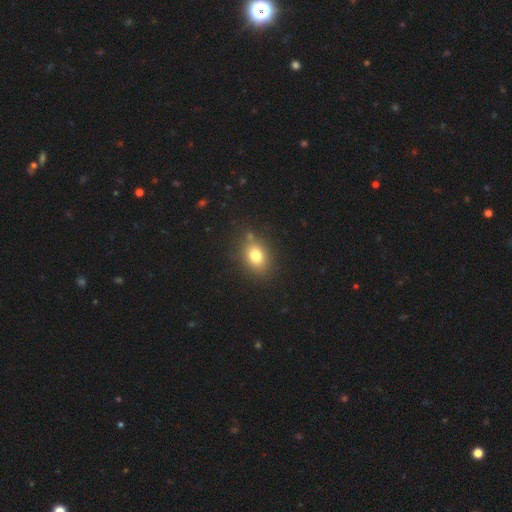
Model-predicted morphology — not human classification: smooth_or_featured: smooth (p=0.79) [alt: star or artifact p=0.11]
how_rounded: in between (p=0.67) [alt: round p=0.32]
merging: none (p=0.80) [alt: minor disturbance p=0.13]